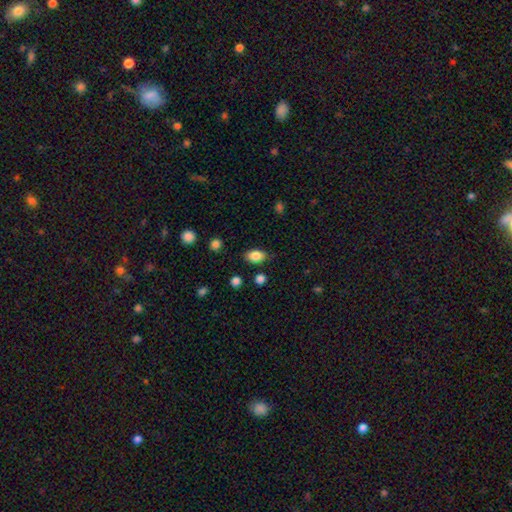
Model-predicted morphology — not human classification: A smooth galaxy with no disk features (85%) that is in between round and cigar-shaped (86%). Merging: none (79%).